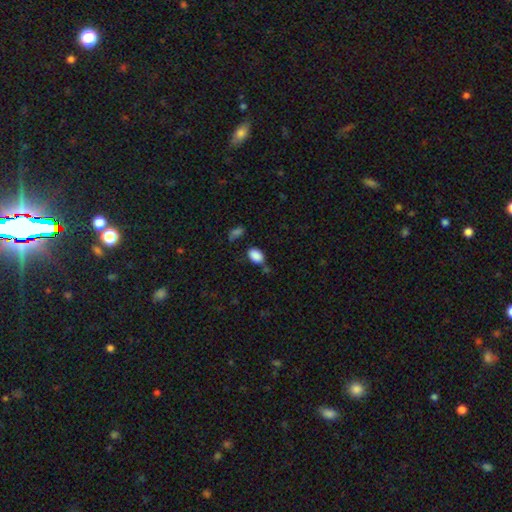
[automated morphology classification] Q: Smooth or featured?
A: smooth (87%); runner-up: star or artifact (9%)
Q: How rounded?
A: in between (88%); runner-up: round (11%)
Q: Merging?
A: none (69%); runner-up: minor disturbance (17%)